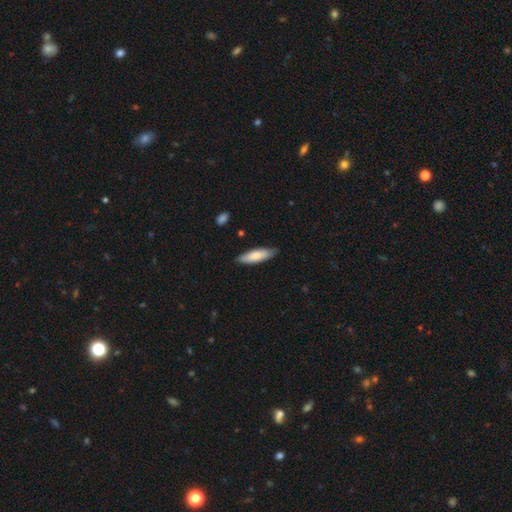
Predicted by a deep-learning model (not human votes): A smooth galaxy with no disk features (77%) that is cigar-shaped (56%). Merging: none (84%).